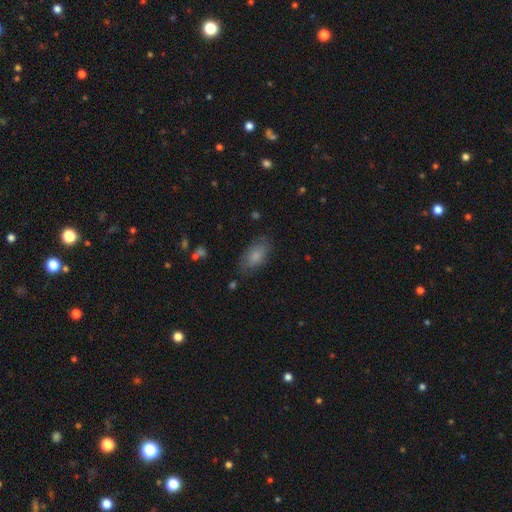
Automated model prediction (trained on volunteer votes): Smooth or featured? smooth (80%)
How rounded? in between (90%)
Merging? none (75%)